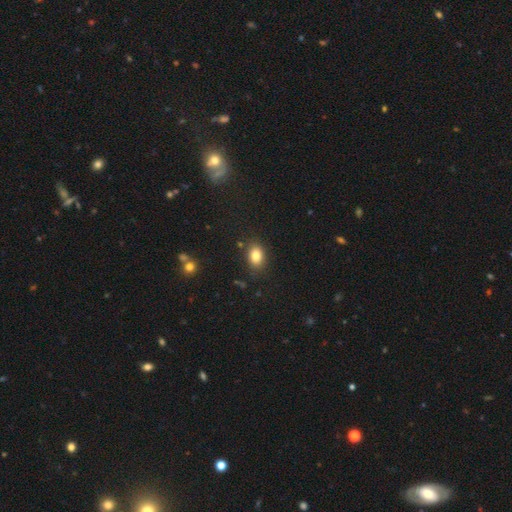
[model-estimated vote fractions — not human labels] Smooth or featured? smooth (83%)
How rounded? in between (79%)
Merging? none (84%)